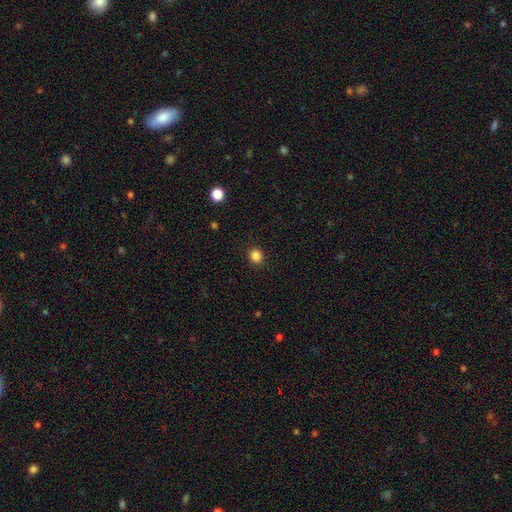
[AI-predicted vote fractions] A smooth galaxy with no disk features (86%) that is round (83%). Merging: none (91%).